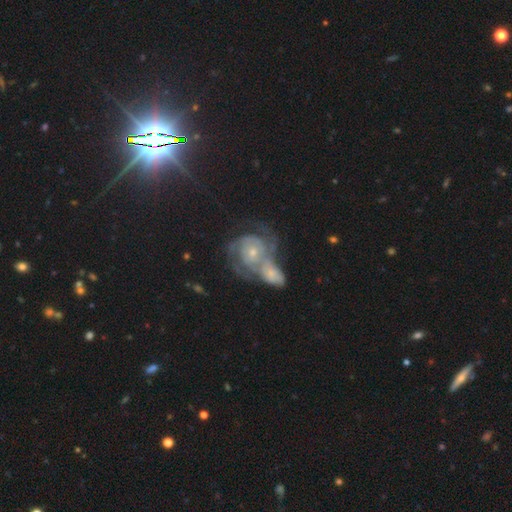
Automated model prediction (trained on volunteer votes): Morphology: type=featured or disk (73%); edge-on=no (96%); bar=no (65%); spiral arms=yes (94%); winding=tight (69%); arm count=can't tell (29%, tied with 2); bulge=small (64%); merging=merger (56%).